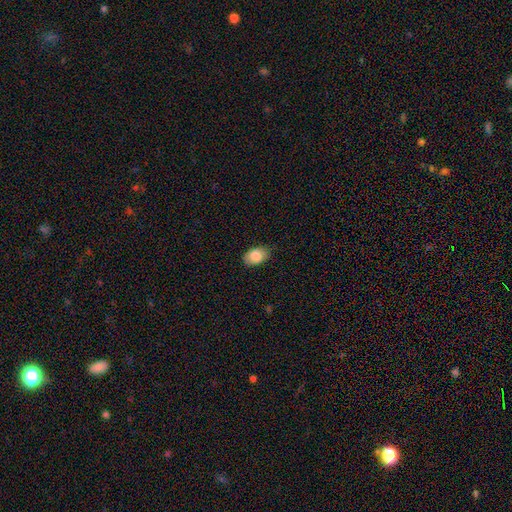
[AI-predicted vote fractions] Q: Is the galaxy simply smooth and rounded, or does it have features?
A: smooth — 85%.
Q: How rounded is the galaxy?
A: in between — 89%.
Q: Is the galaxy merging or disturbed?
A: none — 82%.